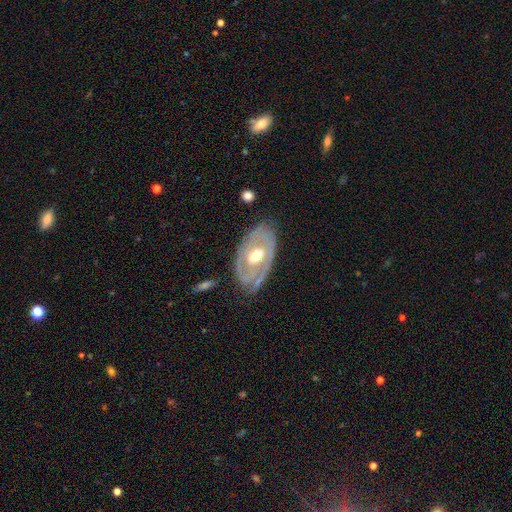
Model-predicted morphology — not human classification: The model was most divided on "spiral arm count": 2: 45%, can't tell: 29%, 1: 14%, 3: 6%, 4: 2%, more than 4: 2%. More confident: edge-on disk — no (93%); smooth or featured — featured or disk (81%); spiral arms — yes (76%); bulge size — moderate (73%); merging — none (69%); spiral winding — tight (64%); bar — no (54%).